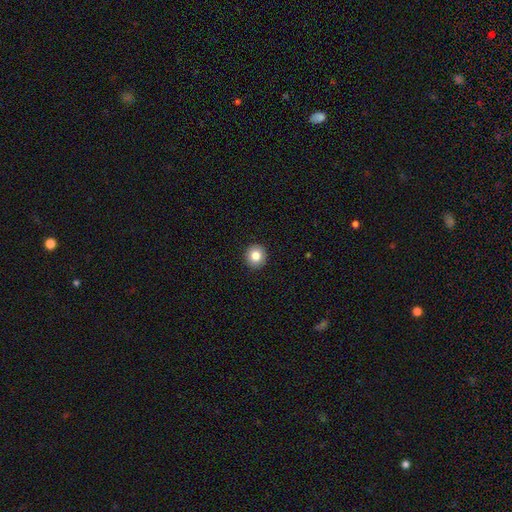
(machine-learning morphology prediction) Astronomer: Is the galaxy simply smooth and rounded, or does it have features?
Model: smooth — 83%.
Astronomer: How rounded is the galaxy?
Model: round — 93%.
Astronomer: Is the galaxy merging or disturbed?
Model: none — 93%.